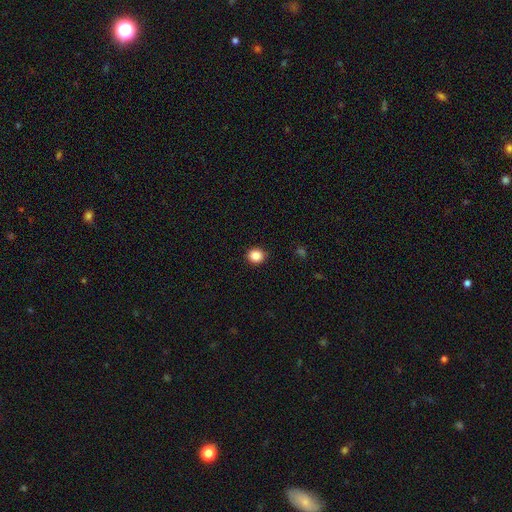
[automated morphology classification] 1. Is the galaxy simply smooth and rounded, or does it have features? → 87% smooth, 10% star or artifact, 3% featured or disk.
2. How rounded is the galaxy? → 78% round, 21% in between, 1% cigar-shaped.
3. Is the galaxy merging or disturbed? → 90% none, 7% minor disturbance, 2% major disturbance, 1% merger.